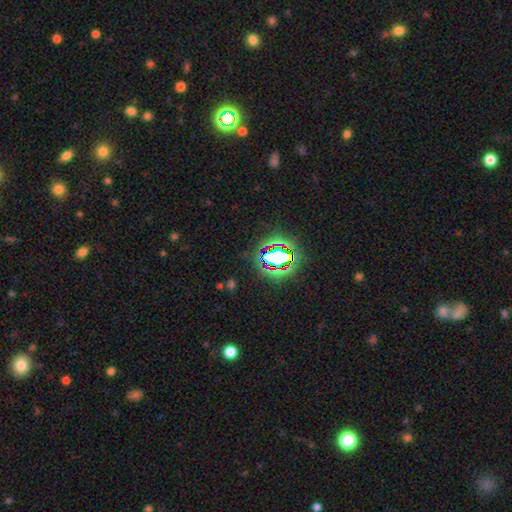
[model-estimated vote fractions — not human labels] This is likely a star or artifact rather than a galaxy (78%).